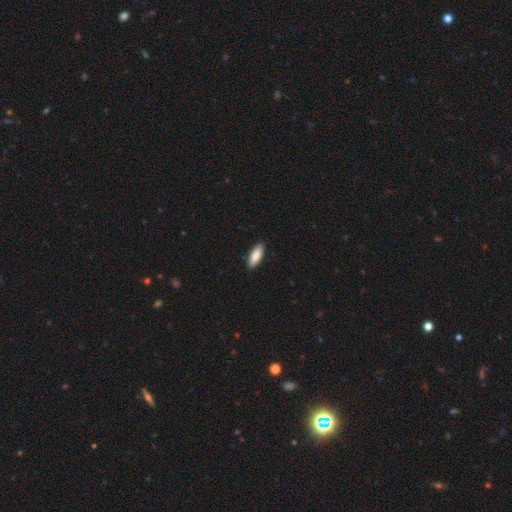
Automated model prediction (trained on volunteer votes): This appears to be a smooth galaxy with no disk features (86%) that is in between round and cigar-shaped (64%). Merging: none (90%).